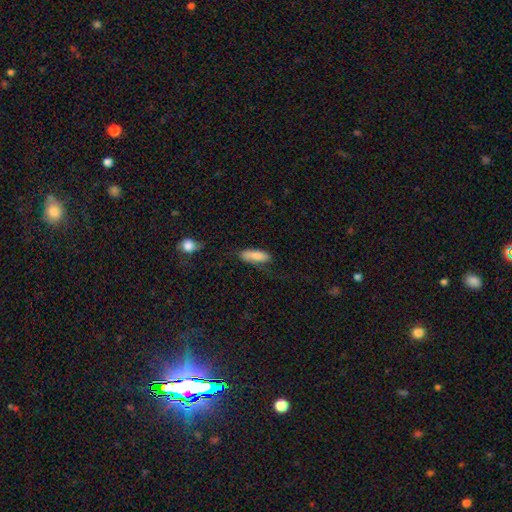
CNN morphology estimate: type=smooth (79%); roundness=in between (63%); merging=none (53%).